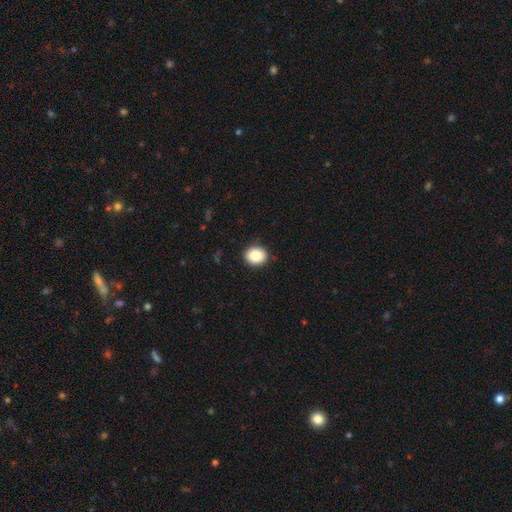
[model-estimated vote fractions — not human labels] Q: Smooth or featured?
A: smooth (86%); runner-up: star or artifact (9%)
Q: How rounded?
A: round (65%); runner-up: in between (34%)
Q: Merging?
A: none (88%); runner-up: minor disturbance (9%)